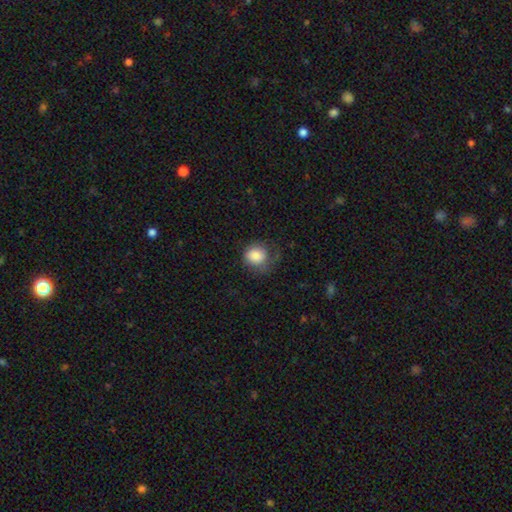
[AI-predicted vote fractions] The model was most divided on "merging": none: 53%, minor disturbance: 25%, major disturbance: 20%, merger: 1%. More confident: how rounded — round (81%); smooth or featured — smooth (80%).